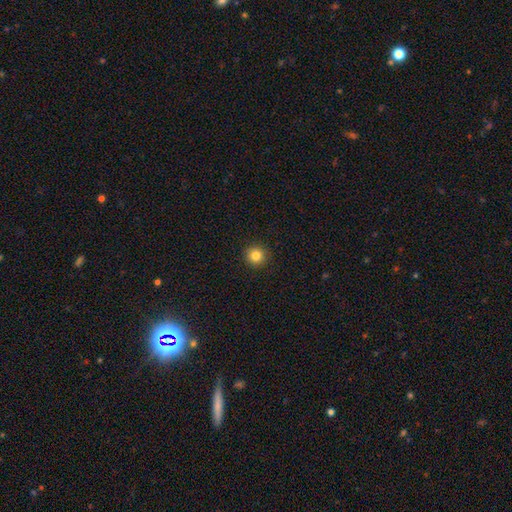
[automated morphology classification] Smooth or featured? smooth (83%)
How rounded? round (95%)
Merging? none (93%)